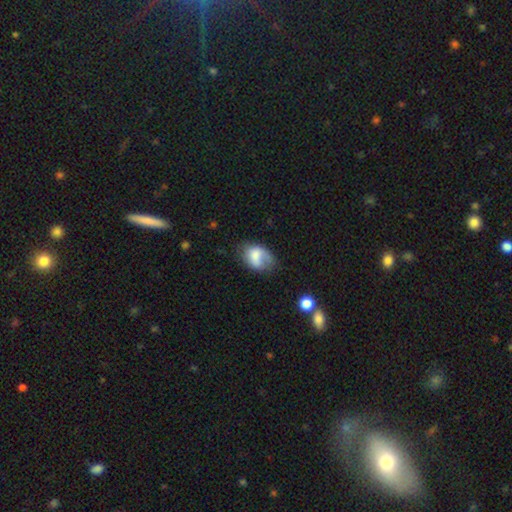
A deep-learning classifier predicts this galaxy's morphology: Q: Smooth or featured?
A: smooth (68%); runner-up: featured or disk (24%)
Q: How rounded?
A: in between (77%); runner-up: round (22%)
Q: Merging?
A: none (39%); runner-up: minor disturbance (33%)